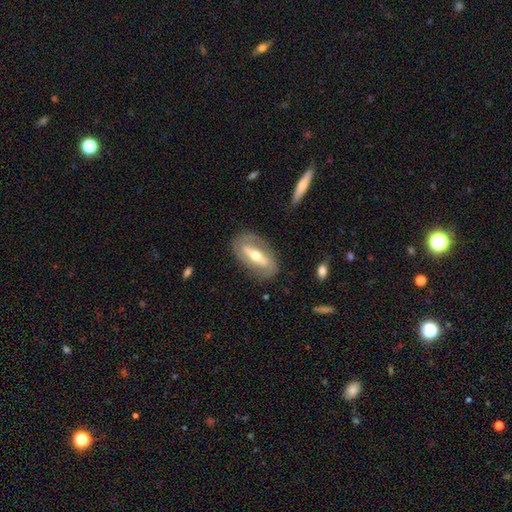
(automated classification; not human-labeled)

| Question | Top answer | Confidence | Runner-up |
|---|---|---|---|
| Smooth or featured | featured or disk | 70% | smooth (24%) |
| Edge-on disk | no | 81% | yes (19%) |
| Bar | strong | 61% | weak (22%) |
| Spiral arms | yes | 57% | no (43%) |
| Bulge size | moderate | 66% | small (24%) |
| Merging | none | 80% | minor disturbance (13%) |